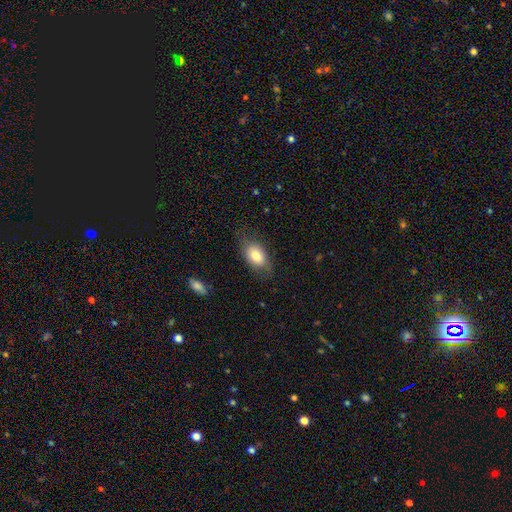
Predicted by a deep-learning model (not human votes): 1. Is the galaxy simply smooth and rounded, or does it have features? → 76% smooth, 16% featured or disk, 7% star or artifact.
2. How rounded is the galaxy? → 87% in between, 11% round, 2% cigar-shaped.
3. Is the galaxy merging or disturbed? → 67% none, 23% minor disturbance, 8% major disturbance, 1% merger.